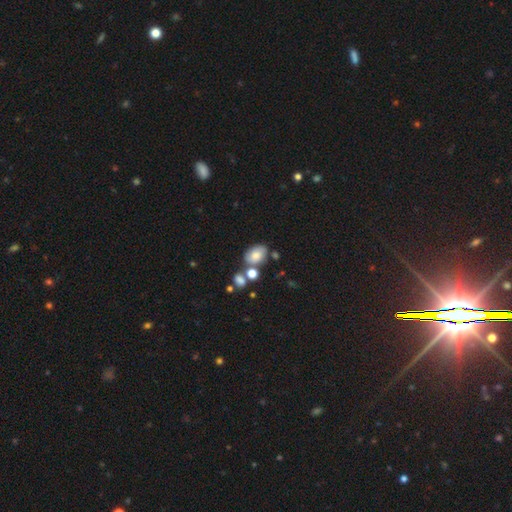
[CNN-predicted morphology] smooth 70%, featured or disk 19%, star or artifact 11%. Down the decision tree: how rounded — in between (79%); merging — none (54%).